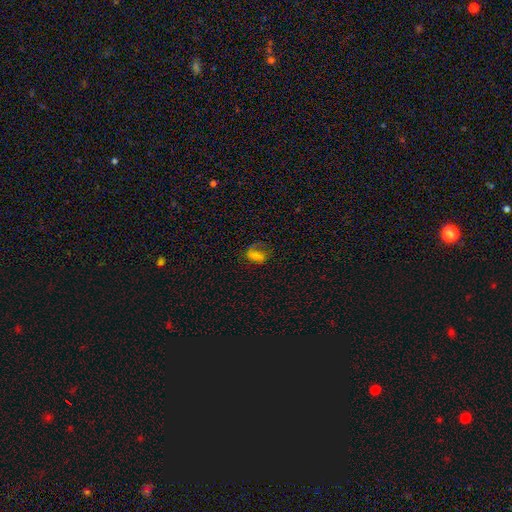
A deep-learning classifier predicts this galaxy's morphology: smooth 51%, featured or disk 32%, star or artifact 16%. Down the decision tree: how rounded — in between (75%); merging — none (45%).